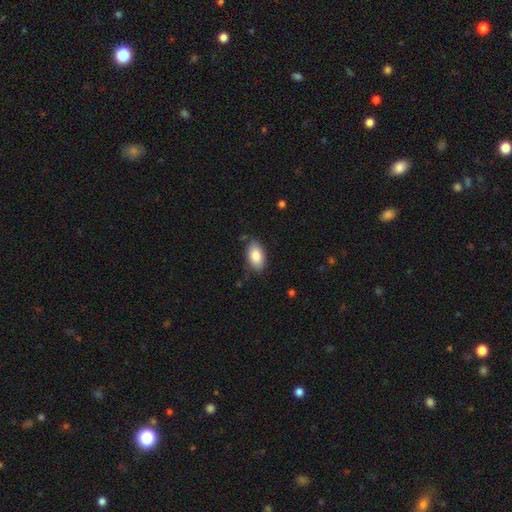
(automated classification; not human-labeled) Smooth or featured?
  - smooth: 85% *
  - featured or disk: 8%
  - star or artifact: 7%
How rounded?
  - in between: 94% *
  - round: 4%
  - cigar-shaped: 2%
Merging?
  - none: 80% *
  - minor disturbance: 16%
  - major disturbance: 3%
  - merger: 1%